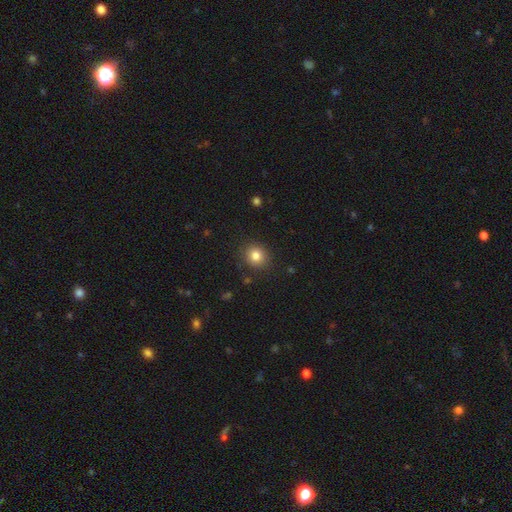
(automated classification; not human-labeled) smooth 82%, star or artifact 11%, featured or disk 7%. Down the decision tree: how rounded — round (83%); merging — none (88%).